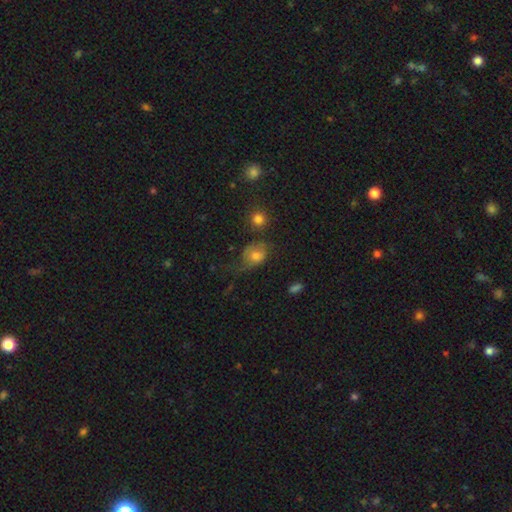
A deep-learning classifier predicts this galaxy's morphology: Q: Smooth or featured?
A: smooth (62%); runner-up: featured or disk (27%)
Q: How rounded?
A: in between (55%); runner-up: round (43%)
Q: Merging?
A: major disturbance (34%); runner-up: none (32%)